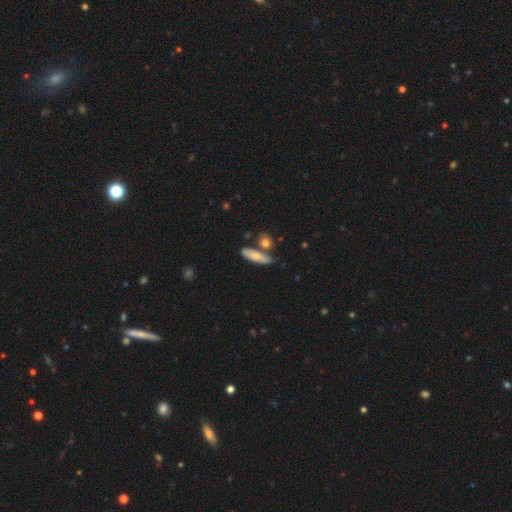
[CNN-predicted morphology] smooth-or-featured: smooth: 75% | featured or disk: 19% | star or artifact: 7%
  how-rounded: cigar-shaped: 50% | in between: 47% | round: 4%
  merging: none: 64% | minor disturbance: 16% | merger: 15% | major disturbance: 4%